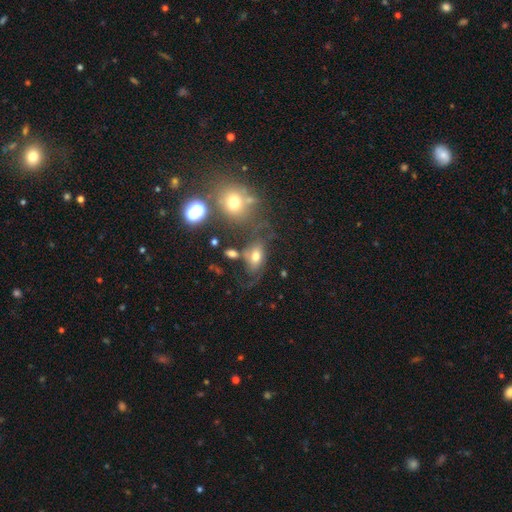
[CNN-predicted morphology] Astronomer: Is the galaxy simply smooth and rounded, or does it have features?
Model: smooth — 59%.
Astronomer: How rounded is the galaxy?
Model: in between — 80%.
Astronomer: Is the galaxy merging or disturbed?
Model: none — 41% (runner-up: major disturbance, 24%).